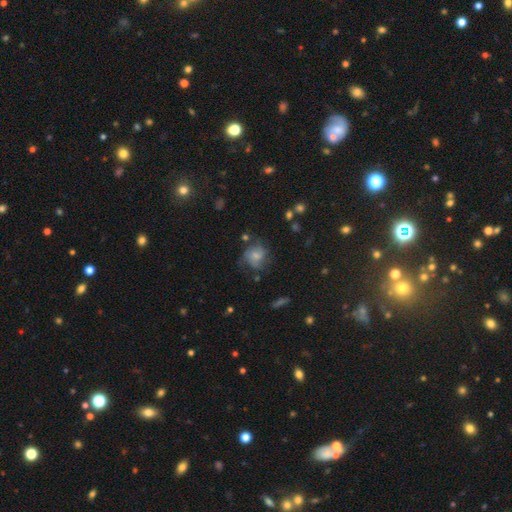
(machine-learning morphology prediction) smooth-or-featured: featured or disk: 45% | smooth: 44% | star or artifact: 11%
  merging: none: 52% | minor disturbance: 25% | major disturbance: 19% | merger: 4%